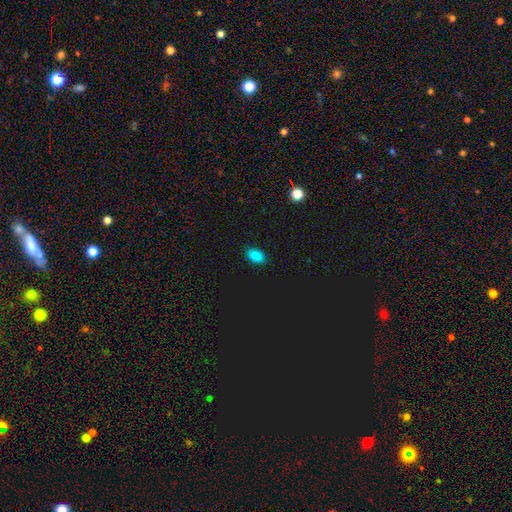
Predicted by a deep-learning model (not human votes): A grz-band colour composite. It shows a smooth galaxy with no disk features (83%) that is in between round and cigar-shaped (90%). Merging: none (86%).